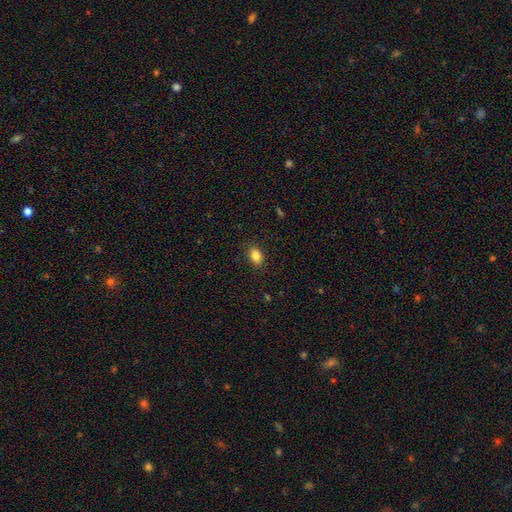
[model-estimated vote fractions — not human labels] smooth 85%, star or artifact 10%, featured or disk 6%. Down the decision tree: how rounded — in between (78%); merging — none (88%).